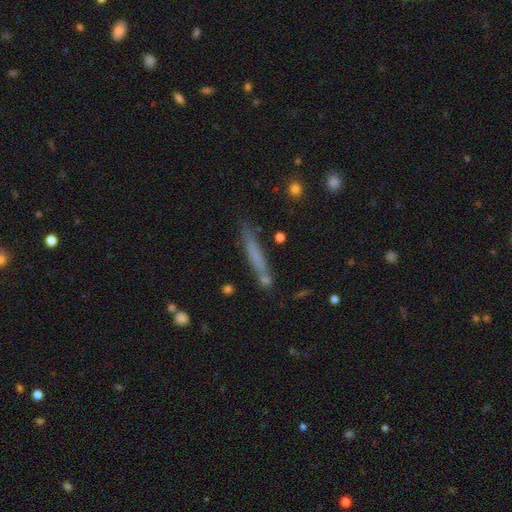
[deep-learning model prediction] smooth-or-featured: smooth: 61% | featured or disk: 30% | star or artifact: 9%
  how-rounded: cigar-shaped: 94% | in between: 4% | round: 2%
  merging: none: 77% | minor disturbance: 14% | merger: 5% | major disturbance: 3%